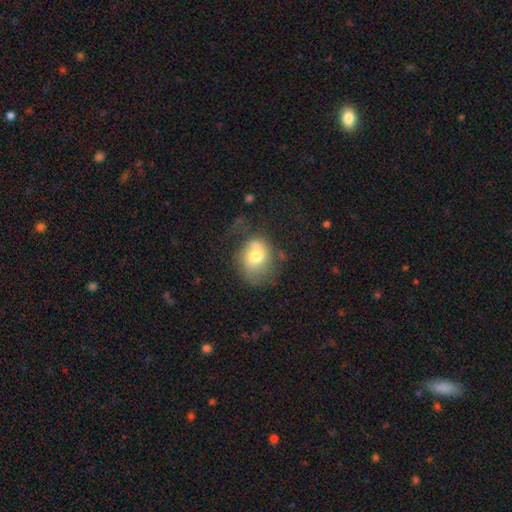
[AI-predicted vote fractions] Smooth or featured?
  - smooth: 66% *
  - featured or disk: 25%
  - star or artifact: 10%
How rounded?
  - round: 59% *
  - in between: 40%
  - cigar-shaped: 1%
Merging?
  - none: 41% *
  - minor disturbance: 27%
  - major disturbance: 19%
  - merger: 12%